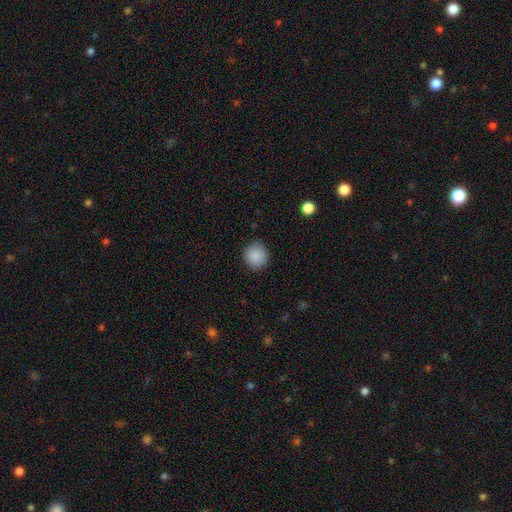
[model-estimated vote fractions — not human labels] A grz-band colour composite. It shows a smooth galaxy with no disk features (88%) that is round (92%). Merging: none (90%).